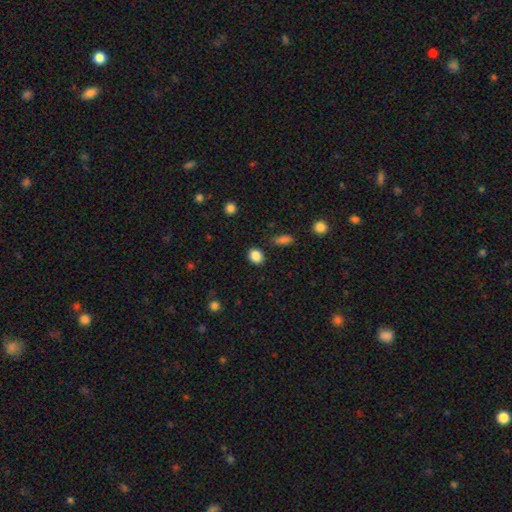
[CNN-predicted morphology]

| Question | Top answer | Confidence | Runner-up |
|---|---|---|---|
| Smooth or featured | smooth | 86% | star or artifact (10%) |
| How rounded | round | 55% | in between (44%) |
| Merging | none | 86% | minor disturbance (9%) |